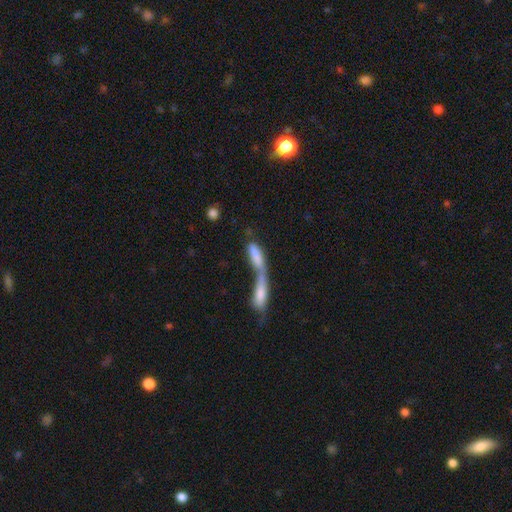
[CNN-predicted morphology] This appears to be a smooth galaxy with no disk features (77%) that is cigar-shaped (51%). Merging: merger (77%).